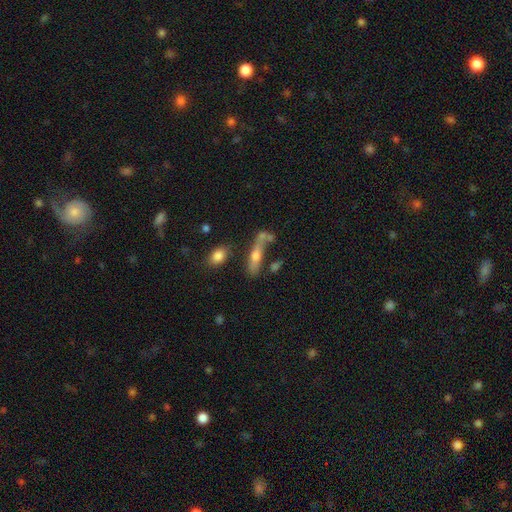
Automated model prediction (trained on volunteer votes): smooth_or_featured: smooth (p=0.53) [alt: featured or disk p=0.38]
how_rounded: cigar-shaped (p=0.63) [alt: in between p=0.33]
merging: none (p=0.48) [alt: merger p=0.23]